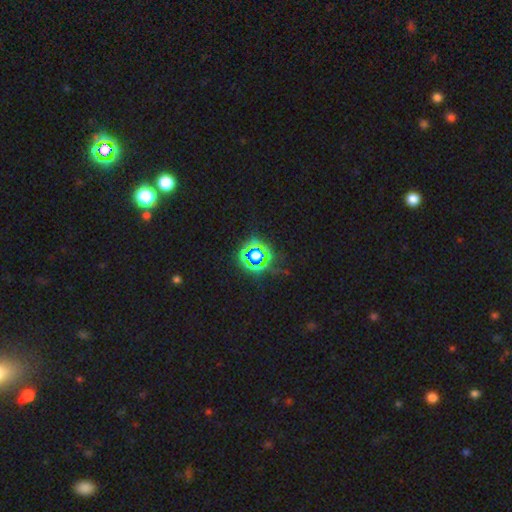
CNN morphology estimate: Smooth or featured: star or artifact — 68% (smooth — 20%)